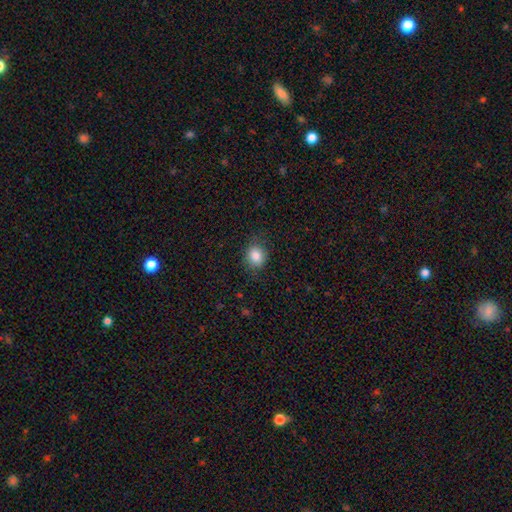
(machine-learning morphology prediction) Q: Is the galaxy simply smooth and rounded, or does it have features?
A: smooth — 85%.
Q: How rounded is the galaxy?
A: round — 69%.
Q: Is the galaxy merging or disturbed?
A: none — 82%.